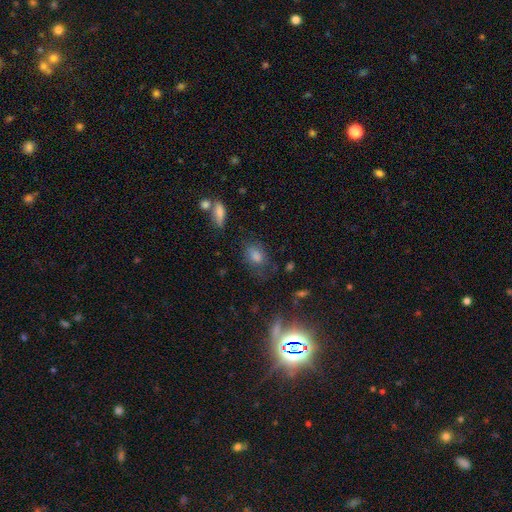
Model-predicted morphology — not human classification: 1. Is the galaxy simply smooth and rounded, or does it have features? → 61% smooth, 26% star or artifact, 13% featured or disk.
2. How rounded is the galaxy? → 67% in between, 30% round, 2% cigar-shaped.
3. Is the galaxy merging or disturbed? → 67% none, 20% minor disturbance, 9% major disturbance, 4% merger.